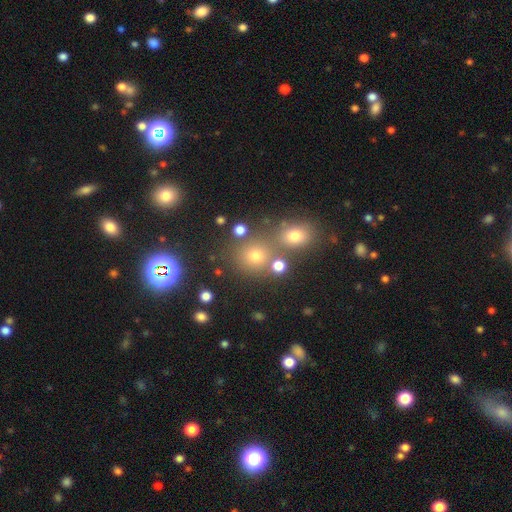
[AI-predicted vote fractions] Smooth or featured? Predicted: smooth (p=0.53). How rounded? Predicted: round (p=0.85). Merging? Predicted: none (p=0.65).